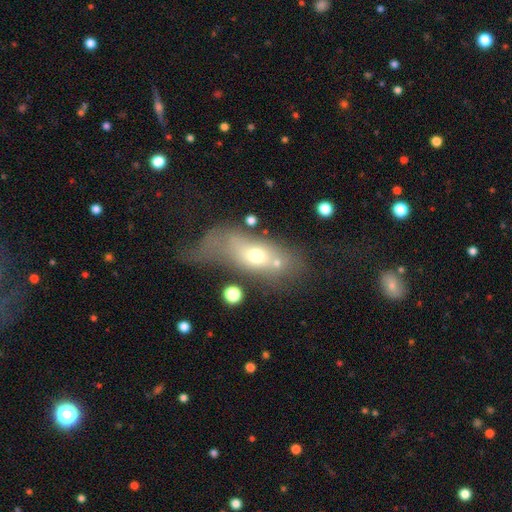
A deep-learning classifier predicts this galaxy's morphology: Q: Smooth or featured?
A: smooth (57%); runner-up: featured or disk (32%)
Q: How rounded?
A: in between (73%); runner-up: cigar-shaped (17%)
Q: Merging?
A: major disturbance (38%); runner-up: none (24%)